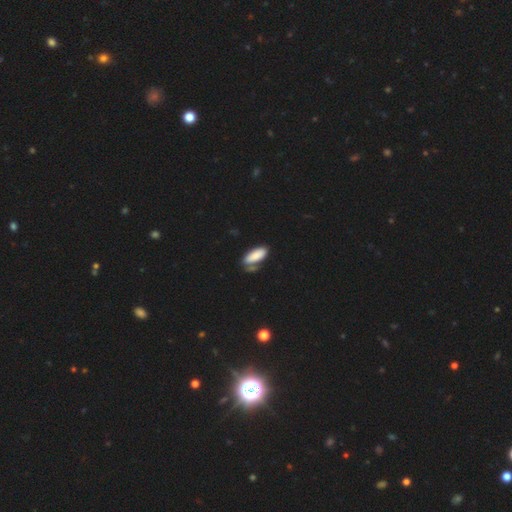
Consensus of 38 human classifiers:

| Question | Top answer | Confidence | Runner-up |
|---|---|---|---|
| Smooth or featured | smooth | 87% | featured or disk (8%) |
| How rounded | in between | 79% | cigar-shaped (21%) |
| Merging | none | 56% | minor disturbance (19%) |